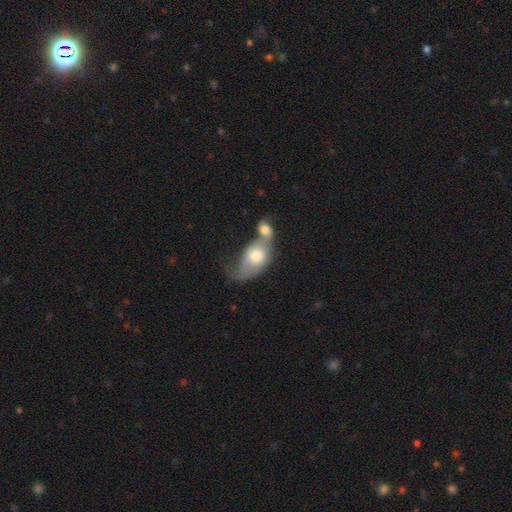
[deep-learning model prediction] smooth 61%, featured or disk 32%, star or artifact 7%. Down the decision tree: how rounded — in between (79%); merging — merger (69%).